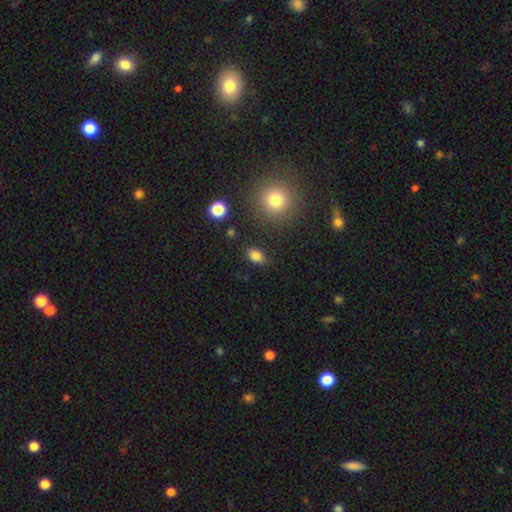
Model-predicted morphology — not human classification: Overall: smooth (82%). How rounded: in between (82%). Merging: none (83%).